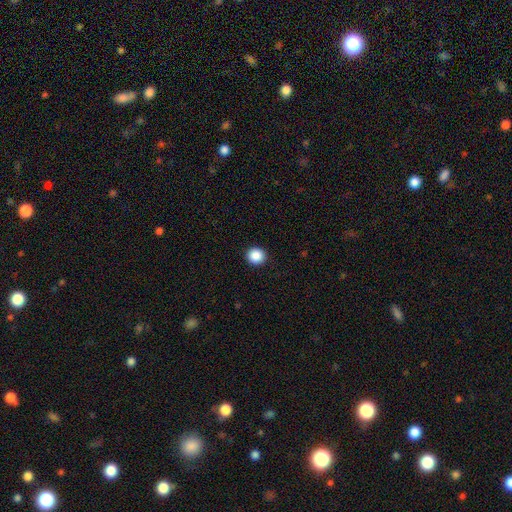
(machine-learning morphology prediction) The model was most divided on "smooth or featured": smooth: 88%, star or artifact: 9%, featured or disk: 3%. More confident: merging — none (93%); how rounded — round (92%).